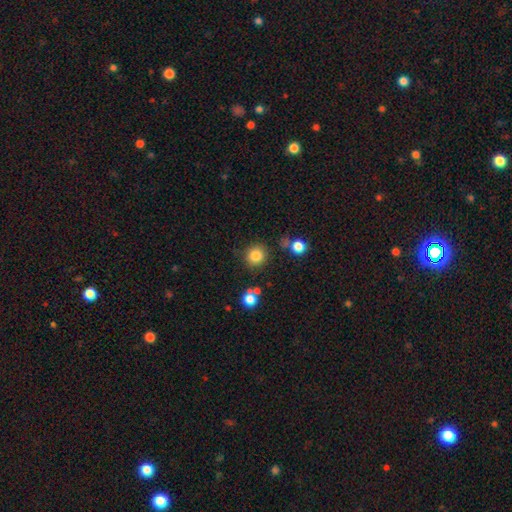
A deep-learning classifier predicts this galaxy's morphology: type=smooth (83%); roundness=round (91%); merging=none (81%).